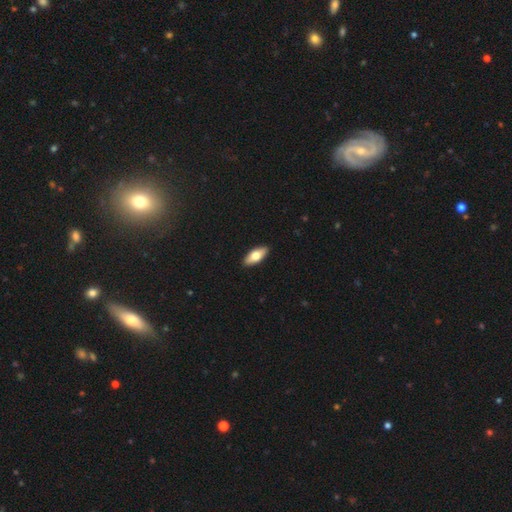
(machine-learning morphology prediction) smooth_or_featured: smooth (p=0.69) [alt: featured or disk p=0.26]
how_rounded: in between (p=0.78) [alt: cigar-shaped p=0.20]
merging: none (p=0.91) [alt: minor disturbance p=0.07]